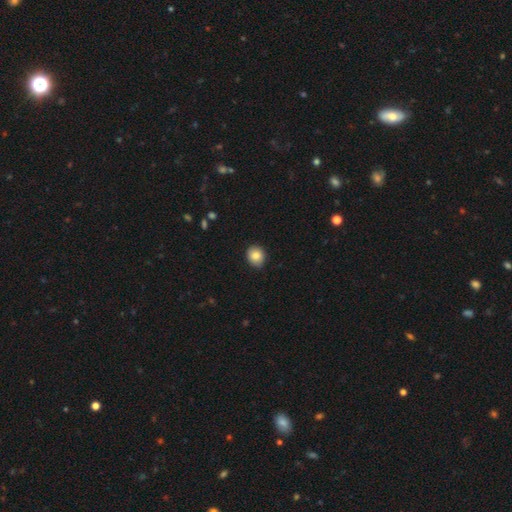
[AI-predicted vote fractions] This appears to be a smooth galaxy with no disk features (85%) that is round (71%). Merging: none (86%).